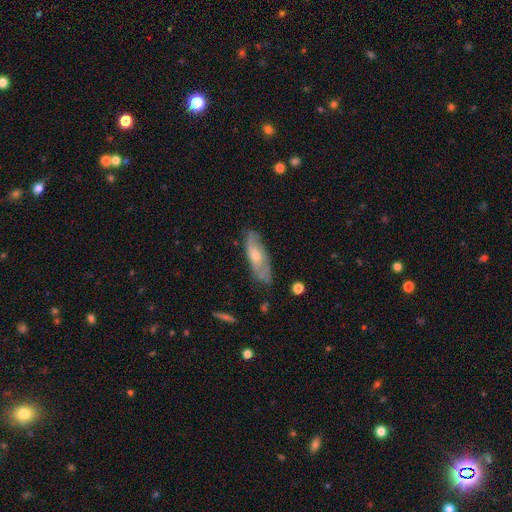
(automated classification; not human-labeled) smooth-or-featured: featured or disk: 56% | smooth: 37% | star or artifact: 8%
  disk-edge-on: no: 68% | yes: 32%
  merging: none: 69% | minor disturbance: 23% | major disturbance: 6% | merger: 2%